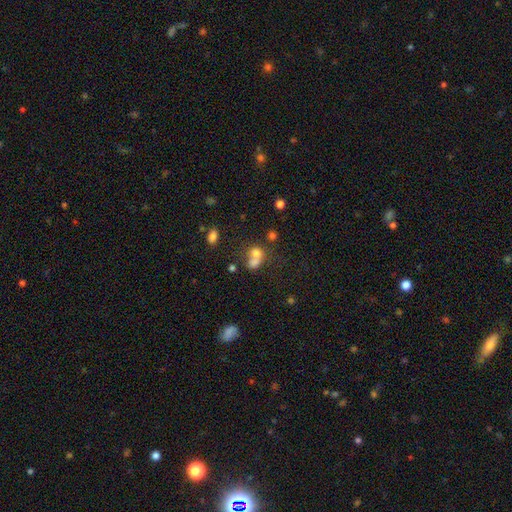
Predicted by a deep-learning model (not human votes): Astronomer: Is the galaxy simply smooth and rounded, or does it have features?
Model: smooth — 69%.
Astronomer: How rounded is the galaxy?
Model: round — 58% (runner-up: in between, 40%).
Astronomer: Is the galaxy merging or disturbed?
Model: merger — 62%.